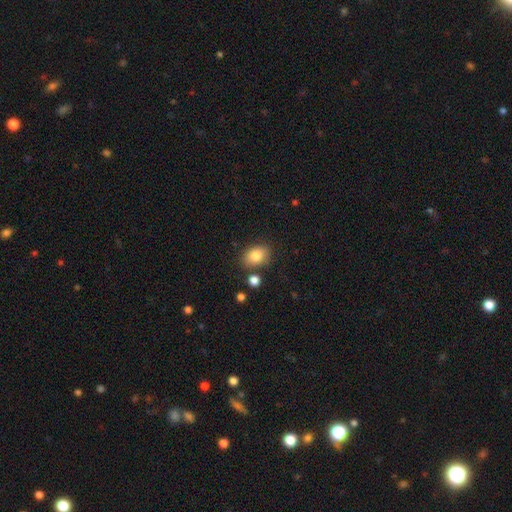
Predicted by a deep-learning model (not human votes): The model was most divided on "how rounded": in between: 71%, round: 28%, cigar-shaped: 1%. More confident: smooth or featured — smooth (84%); merging — none (77%).